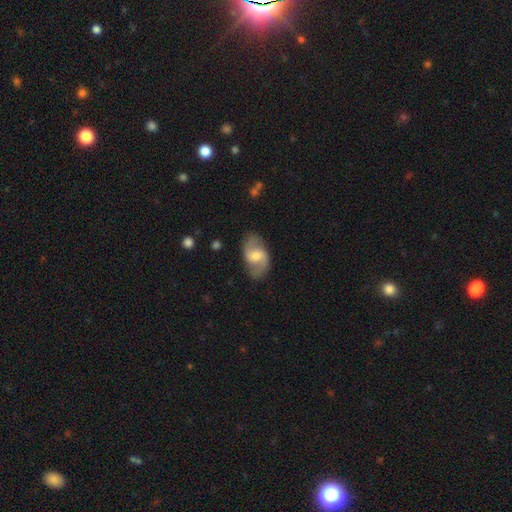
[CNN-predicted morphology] smooth_or_featured: featured or disk (p=0.73) [alt: smooth p=0.22]
disk_edge_on: no (p=0.96) [alt: yes p=0.04]
bar: weak (p=0.51) [alt: no p=0.36]
has_spiral_arms: yes (p=0.92) [alt: no p=0.08]
spiral_winding: loose (p=0.46) [alt: medium p=0.43]
spiral_arm_count: 2 (p=0.90) [alt: can't tell p=0.05]
bulge_size: moderate (p=0.58) [alt: small p=0.28]
merging: none (p=0.79) [alt: minor disturbance p=0.14]